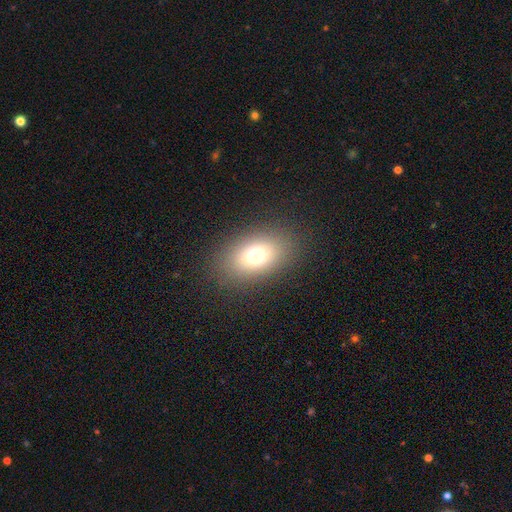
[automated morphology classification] Smooth or featured: smooth — 74% (star or artifact — 14%)
How rounded: in between — 80% (round — 18%)
Merging: none — 86% (minor disturbance — 9%)